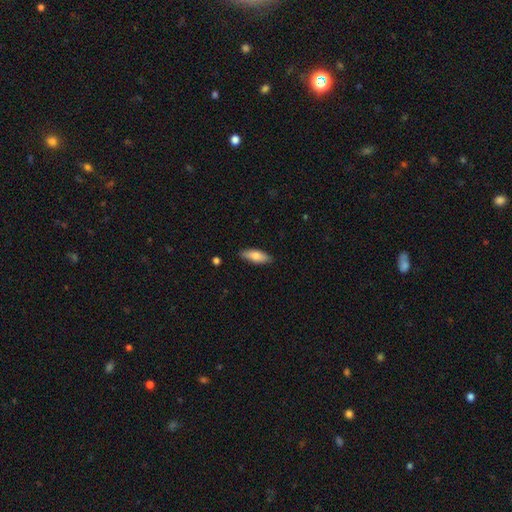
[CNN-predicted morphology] A smooth galaxy with no disk features (75%) that is in between round and cigar-shaped (67%). Merging: none (86%).